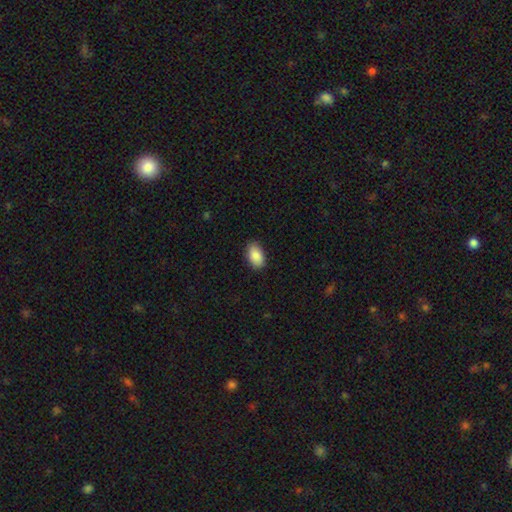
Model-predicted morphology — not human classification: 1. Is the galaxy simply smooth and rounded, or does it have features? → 89% smooth, 6% star or artifact, 4% featured or disk.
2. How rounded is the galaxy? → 92% in between, 6% round, 1% cigar-shaped.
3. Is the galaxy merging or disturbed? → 86% none, 10% minor disturbance, 2% major disturbance, 1% merger.